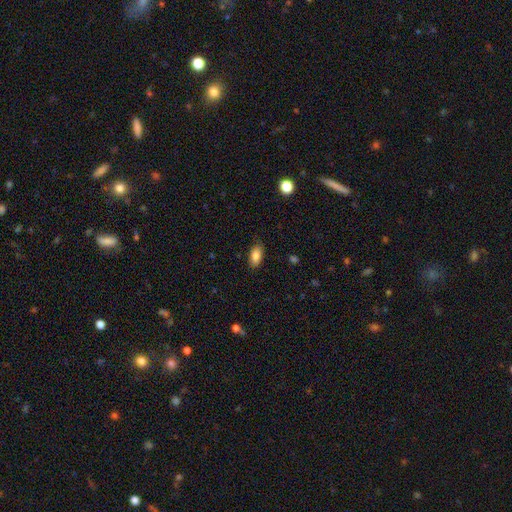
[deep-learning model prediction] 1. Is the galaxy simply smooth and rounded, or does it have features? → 83% smooth, 9% featured or disk, 8% star or artifact.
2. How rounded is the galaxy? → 89% in between, 7% cigar-shaped, 4% round.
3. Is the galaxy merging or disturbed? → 85% none, 11% minor disturbance, 2% major disturbance, 1% merger.